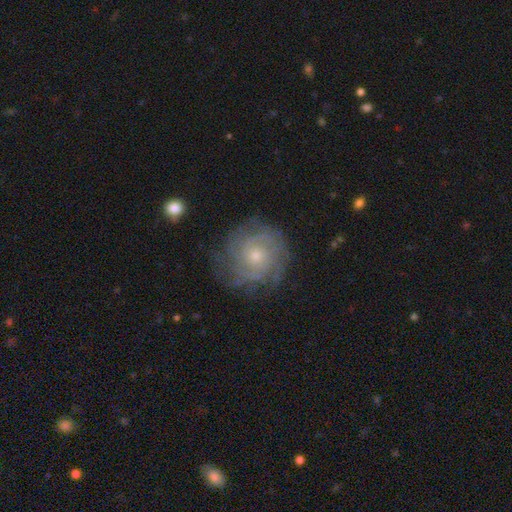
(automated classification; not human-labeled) Smooth or featured: featured or disk — 75% (smooth — 17%)
Edge-on disk: no — 97% (yes — 3%)
Bar: no — 82% (weak — 16%)
Spiral arms: yes — 91% (no — 9%)
Spiral winding: tight — 70% (medium — 23%)
Spiral arm count: can't tell — 45% (3 — 16%)
Bulge size: small — 67% (moderate — 29%)
Merging: none — 75% (minor disturbance — 16%)